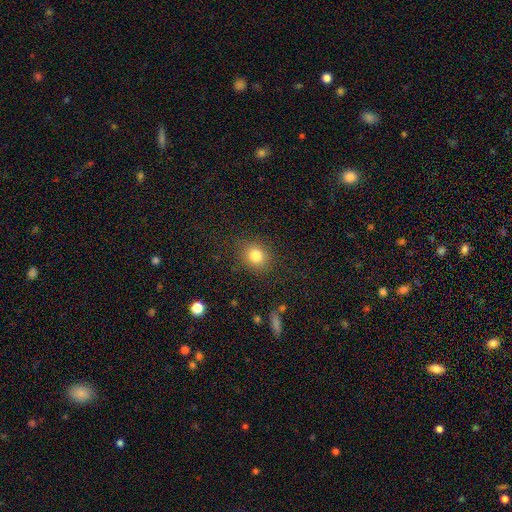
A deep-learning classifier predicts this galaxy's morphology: type=smooth (81%); roundness=round (73%); merging=none (85%).